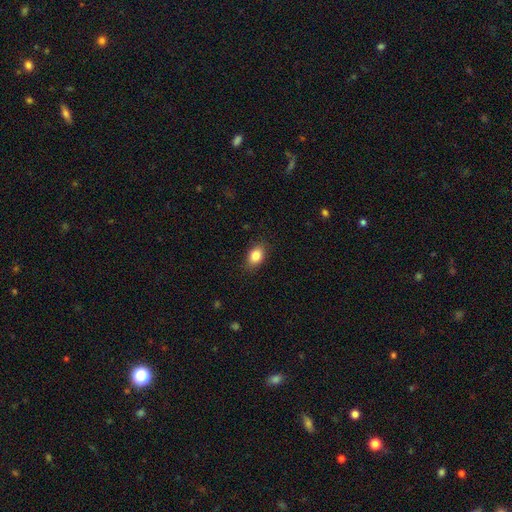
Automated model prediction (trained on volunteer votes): smooth_or_featured: smooth (p=0.85) [alt: star or artifact p=0.08]
how_rounded: in between (p=0.79) [alt: round p=0.19]
merging: none (p=0.85) [alt: minor disturbance p=0.11]